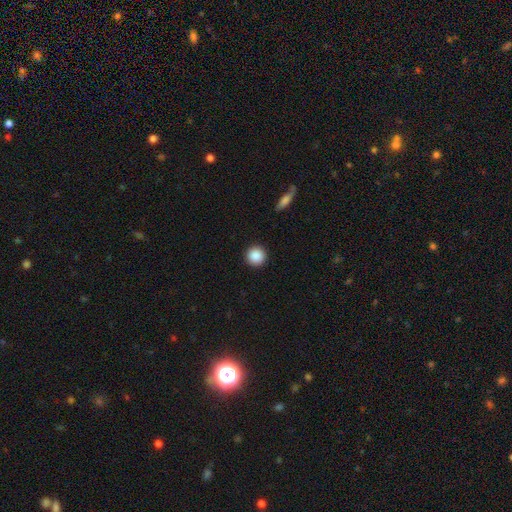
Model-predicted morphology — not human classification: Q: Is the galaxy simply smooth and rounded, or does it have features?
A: smooth — 89%.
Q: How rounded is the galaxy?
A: round — 95%.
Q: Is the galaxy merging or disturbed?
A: none — 92%.